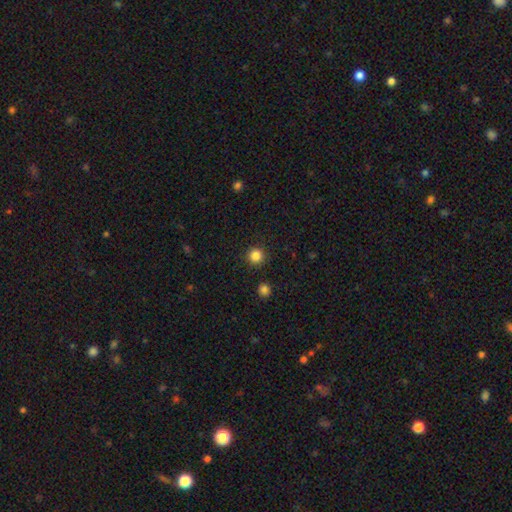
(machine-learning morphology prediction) Smooth or featured: smooth — 85% (star or artifact — 12%)
How rounded: round — 96% (in between — 3%)
Merging: none — 92% (minor disturbance — 5%)